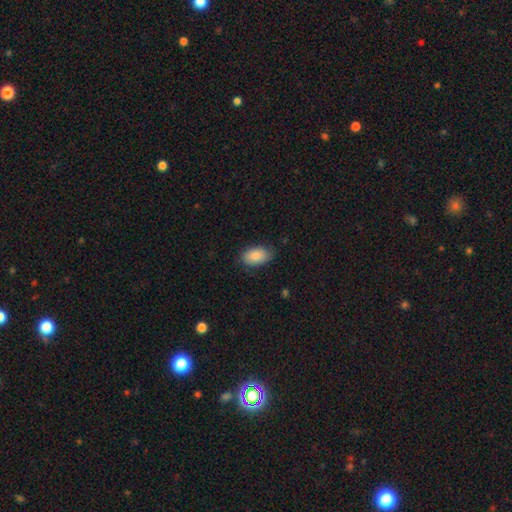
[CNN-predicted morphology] A smooth galaxy with no disk features (85%) that is in between round and cigar-shaped (93%). Merging: none (74%).